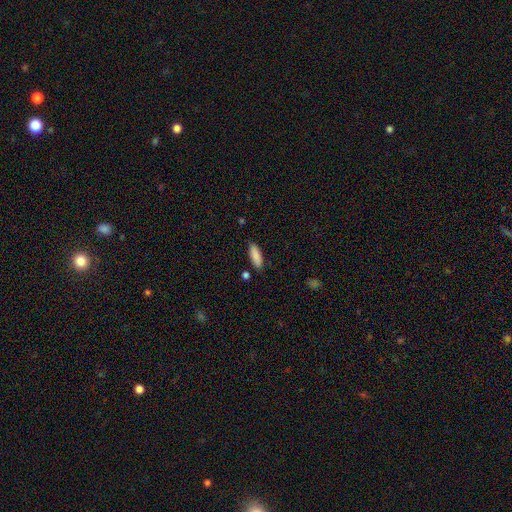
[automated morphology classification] The model was most divided on "how rounded": in between: 63%, cigar-shaped: 35%, round: 2%. More confident: smooth or featured — smooth (88%); merging — none (85%).